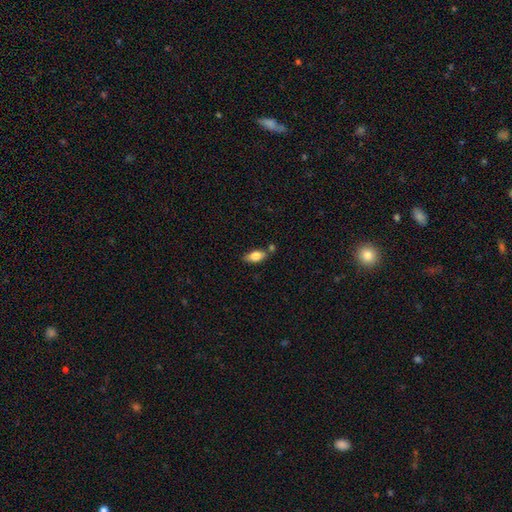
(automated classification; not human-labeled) Smooth or featured? smooth (78%)
How rounded? in between (86%)
Merging? none (66%)